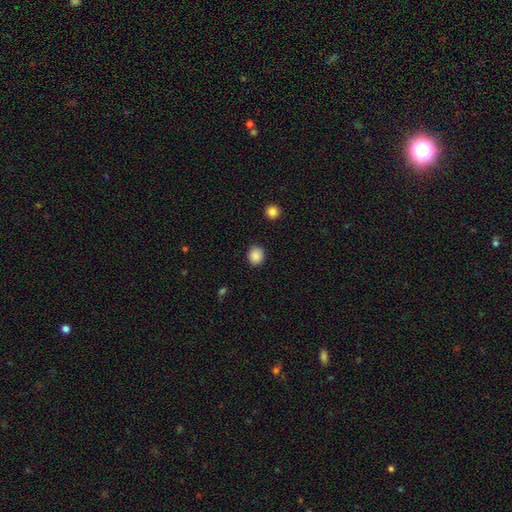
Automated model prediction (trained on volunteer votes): Smooth or featured: smooth — 88% (star or artifact — 9%)
How rounded: round — 78% (in between — 21%)
Merging: none — 89% (minor disturbance — 7%)